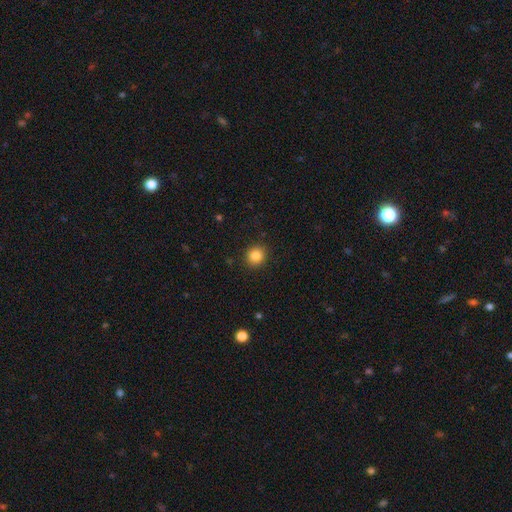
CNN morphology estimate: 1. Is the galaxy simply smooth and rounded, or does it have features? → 85% smooth, 11% star or artifact, 5% featured or disk.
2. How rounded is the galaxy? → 89% round, 10% in between, 1% cigar-shaped.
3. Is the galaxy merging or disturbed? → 91% none, 6% minor disturbance, 2% major disturbance, 1% merger.